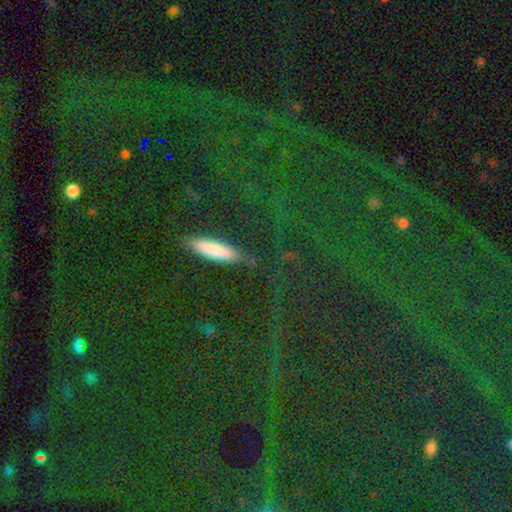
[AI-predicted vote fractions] A star or artifact, not a galaxy (59%).

Vote fractions:
- Smooth or featured? star or artifact: 59% / smooth: 24% / featured or disk: 17%